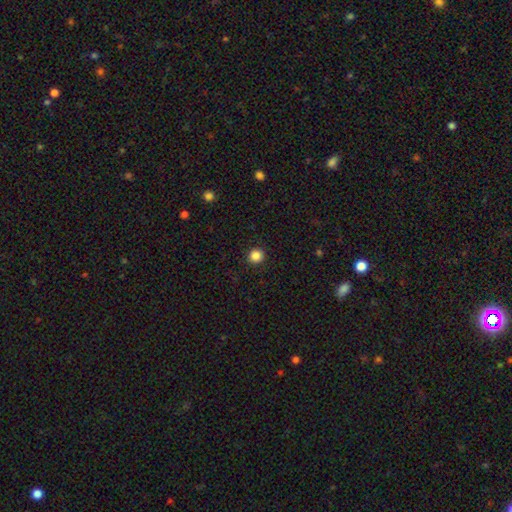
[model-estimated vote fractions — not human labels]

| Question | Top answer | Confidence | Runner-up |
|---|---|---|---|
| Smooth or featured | smooth | 86% | star or artifact (11%) |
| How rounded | round | 94% | in between (5%) |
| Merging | none | 93% | minor disturbance (4%) |